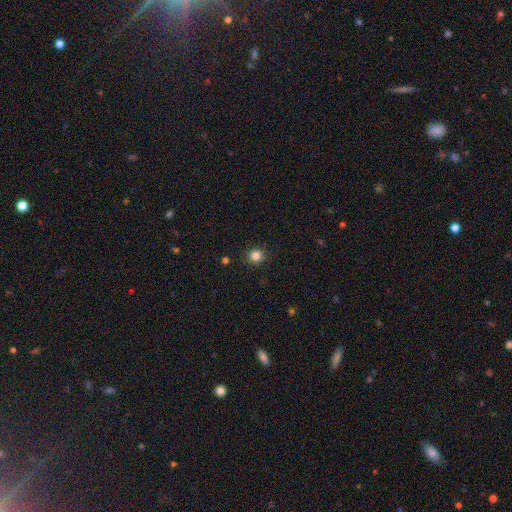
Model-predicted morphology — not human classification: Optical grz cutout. It shows a smooth galaxy with no disk features (83%) that is round (91%). Merging: none (91%).